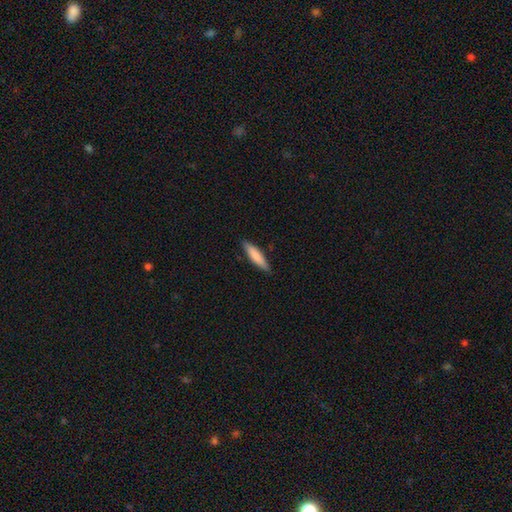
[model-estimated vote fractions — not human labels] Smooth or featured? Predicted: smooth (p=0.79). How rounded? Predicted: cigar-shaped (p=0.79). Merging? Predicted: none (p=0.86).